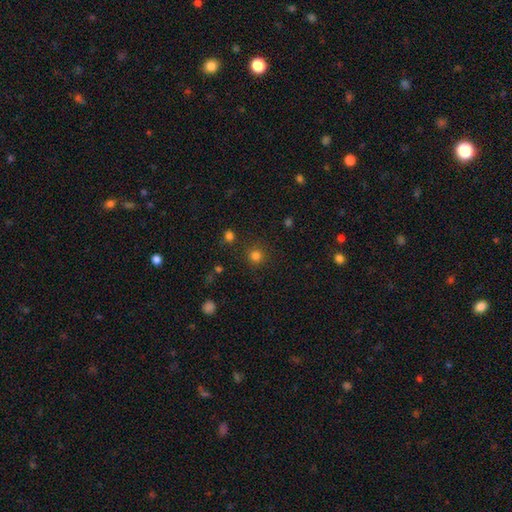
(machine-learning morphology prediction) Smooth or featured?
  - smooth: 80% *
  - star or artifact: 16%
  - featured or disk: 4%
How rounded?
  - round: 93% *
  - in between: 6%
  - cigar-shaped: 1%
Merging?
  - none: 85% *
  - minor disturbance: 8%
  - merger: 4%
  - major disturbance: 3%